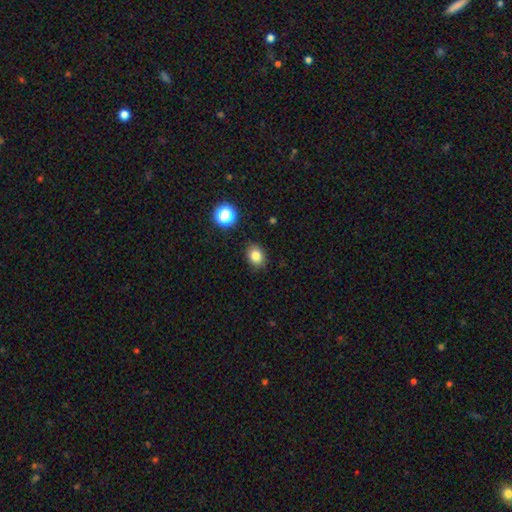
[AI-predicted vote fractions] Q: Smooth or featured?
A: smooth (81%); runner-up: star or artifact (12%)
Q: How rounded?
A: in between (51%); runner-up: round (48%)
Q: Merging?
A: none (86%); runner-up: minor disturbance (10%)